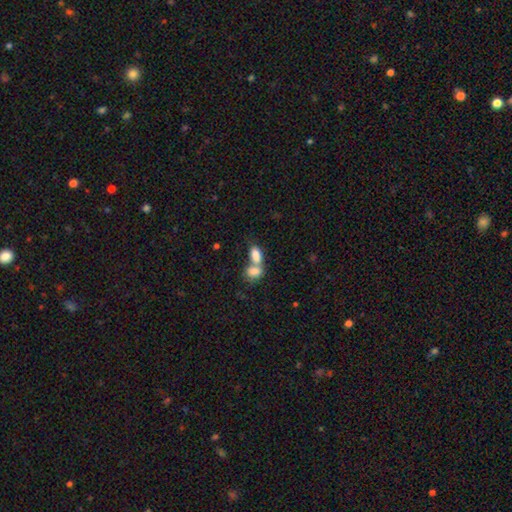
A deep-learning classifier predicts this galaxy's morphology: Smooth or featured?
  - smooth: 82% *
  - featured or disk: 10%
  - star or artifact: 8%
How rounded?
  - in between: 90% *
  - round: 7%
  - cigar-shaped: 3%
Merging?
  - merger: 67% *
  - none: 22%
  - minor disturbance: 7%
  - major disturbance: 4%